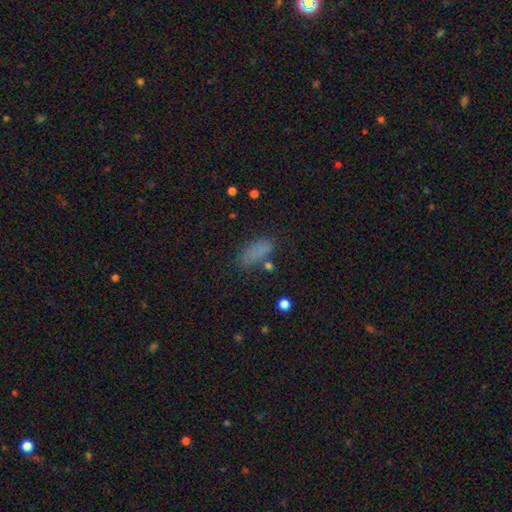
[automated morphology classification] smooth 77%, star or artifact 15%, featured or disk 8%. Down the decision tree: how rounded — in between (70%); merging — none (71%).